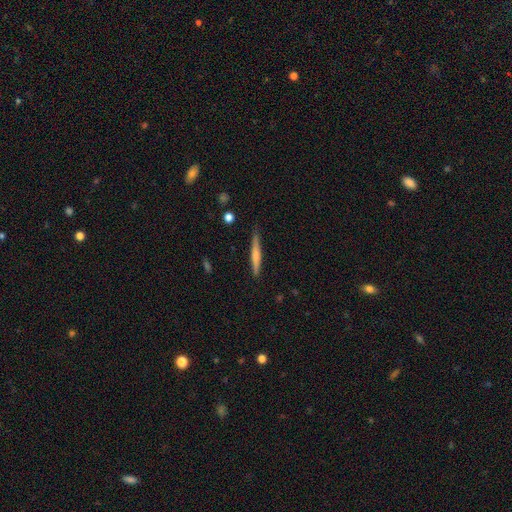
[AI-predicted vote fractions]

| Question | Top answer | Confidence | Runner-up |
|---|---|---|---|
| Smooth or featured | smooth | 57% | featured or disk (37%) |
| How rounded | cigar-shaped | 95% | in between (4%) |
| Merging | none | 86% | minor disturbance (11%) |